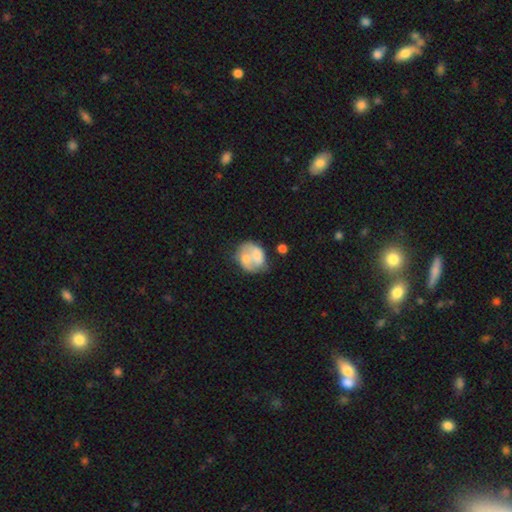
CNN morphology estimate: smooth-or-featured: smooth: 52% | featured or disk: 41% | star or artifact: 7%
  how-rounded: round: 53% | in between: 46% | cigar-shaped: 1%
  merging: merger: 43% | none: 26% | minor disturbance: 17% | major disturbance: 13%